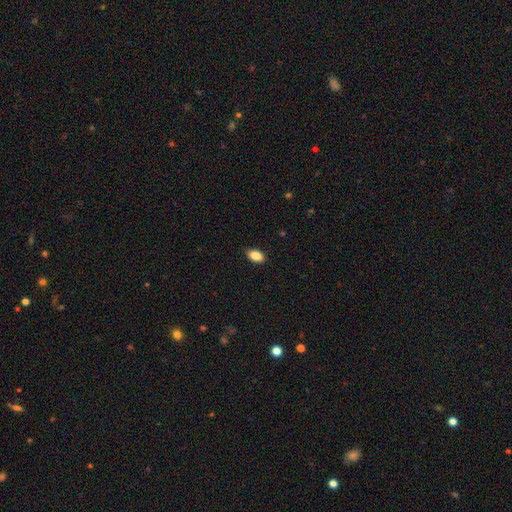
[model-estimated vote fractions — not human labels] Morphology: type=smooth (86%); roundness=in between (90%); merging=none (89%).